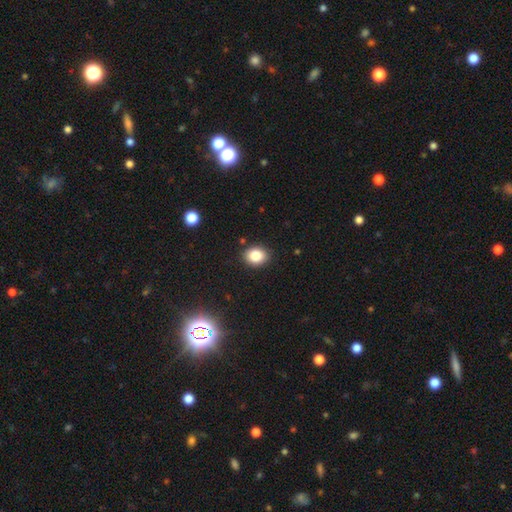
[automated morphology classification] Smooth or featured?
  - smooth: 83% *
  - star or artifact: 10%
  - featured or disk: 7%
How rounded?
  - round: 51% *
  - in between: 48%
  - cigar-shaped: 1%
Merging?
  - none: 89% *
  - minor disturbance: 8%
  - major disturbance: 2%
  - merger: 1%